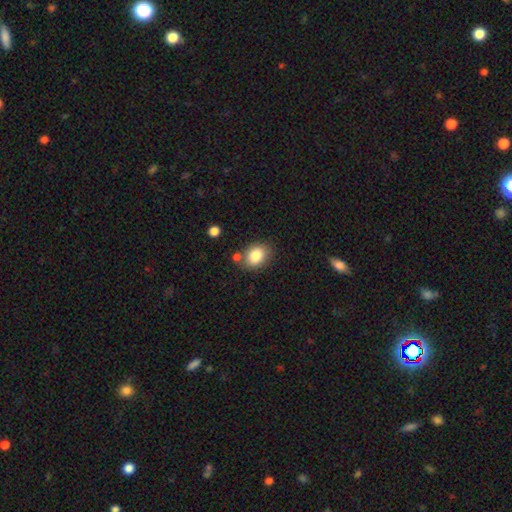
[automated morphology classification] This appears to be a smooth galaxy with no disk features (84%) that is in between round and cigar-shaped (63%). Merging: none (73%).